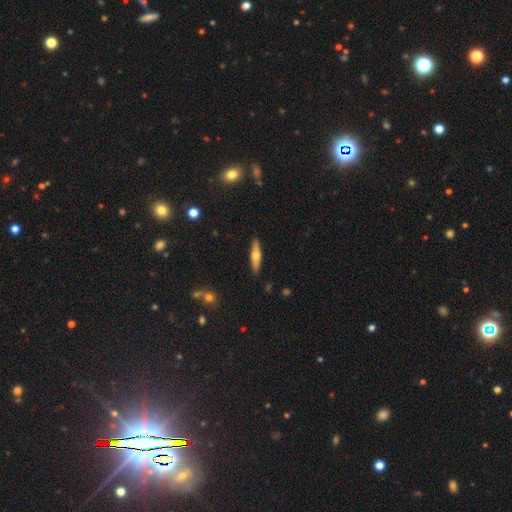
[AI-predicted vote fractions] The model was most divided on "smooth or featured": featured or disk: 48%, smooth: 46%, star or artifact: 6%. More confident: merging — none (90%).